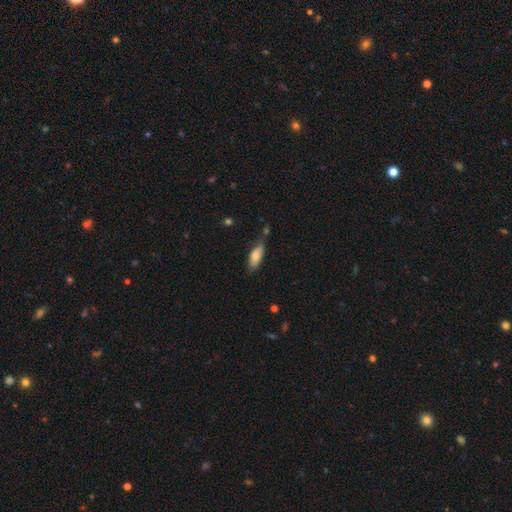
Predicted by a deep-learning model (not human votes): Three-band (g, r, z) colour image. It shows a smooth galaxy with no disk features (76%) that is in between round and cigar-shaped (77%). Merging: none (61%).